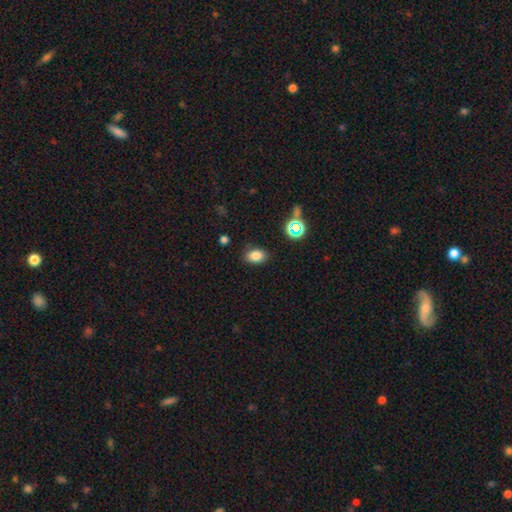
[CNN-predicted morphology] Smooth or featured? Predicted: smooth (p=0.80). How rounded? Predicted: in between (p=0.80). Merging? Predicted: none (p=0.83).